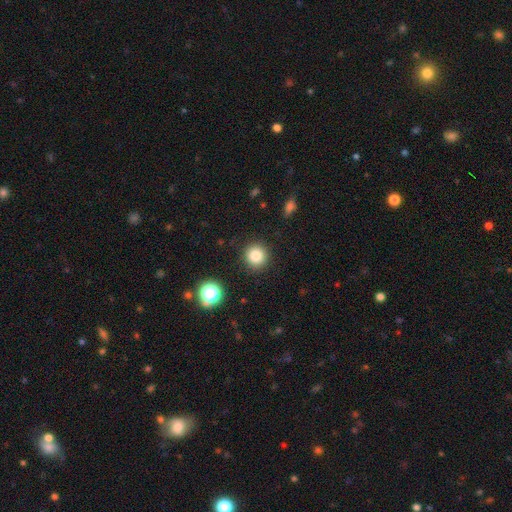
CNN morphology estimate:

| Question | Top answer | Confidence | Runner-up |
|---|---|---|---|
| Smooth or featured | smooth | 83% | star or artifact (12%) |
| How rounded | round | 94% | in between (5%) |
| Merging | none | 90% | minor disturbance (6%) |